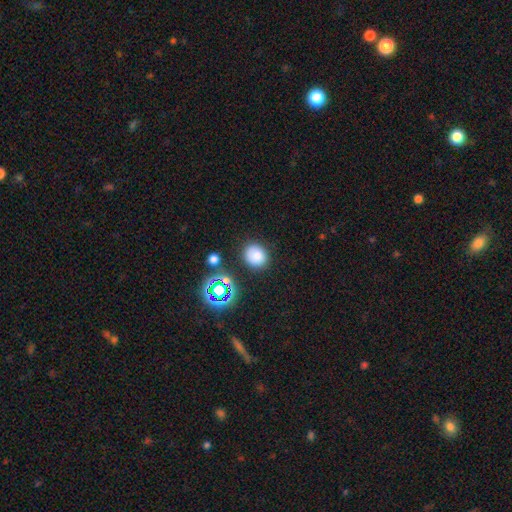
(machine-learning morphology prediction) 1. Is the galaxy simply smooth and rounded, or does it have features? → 78% smooth, 15% star or artifact, 7% featured or disk.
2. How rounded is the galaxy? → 77% round, 23% in between, 1% cigar-shaped.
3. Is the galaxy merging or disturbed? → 82% none, 11% minor disturbance, 3% major disturbance, 3% merger.